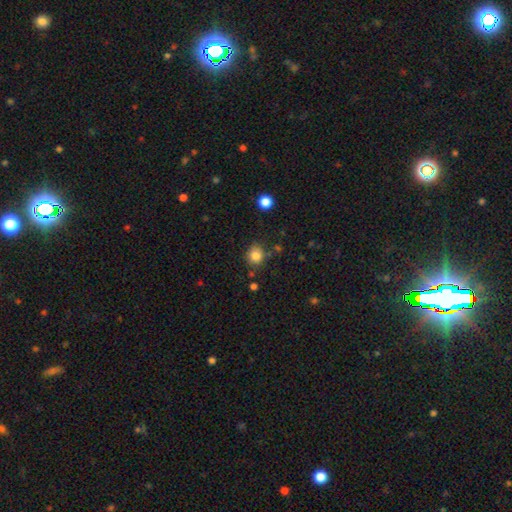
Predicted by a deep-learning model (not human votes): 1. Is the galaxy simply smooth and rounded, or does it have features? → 83% smooth, 11% star or artifact, 6% featured or disk.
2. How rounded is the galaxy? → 78% round, 21% in between, 1% cigar-shaped.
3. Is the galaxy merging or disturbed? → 75% none, 15% minor disturbance, 5% merger, 4% major disturbance.